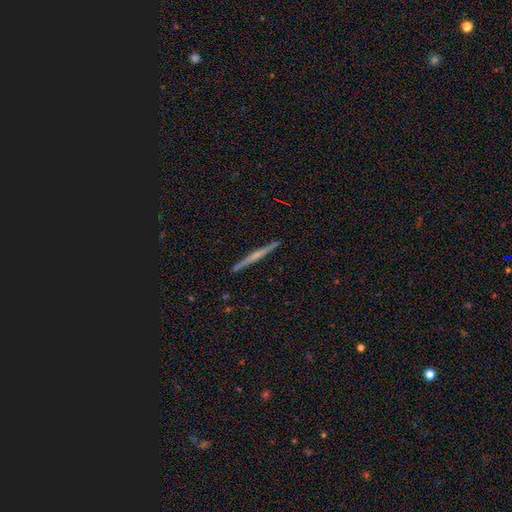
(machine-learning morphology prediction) smooth_or_featured: featured or disk (p=0.65) [alt: smooth p=0.29]
disk_edge_on: yes (p=0.98) [alt: no p=0.02]
edge_on_bulge: none (p=0.57) [alt: rounded p=0.34]
merging: none (p=0.93) [alt: minor disturbance p=0.05]